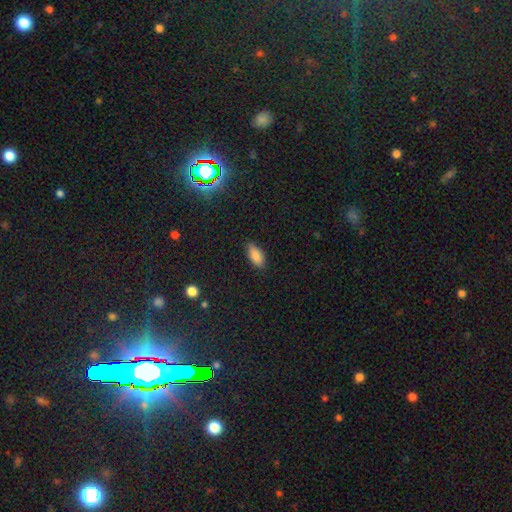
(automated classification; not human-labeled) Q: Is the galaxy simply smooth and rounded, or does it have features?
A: smooth — 85%.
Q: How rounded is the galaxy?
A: in between — 89%.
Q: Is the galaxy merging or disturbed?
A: none — 86%.